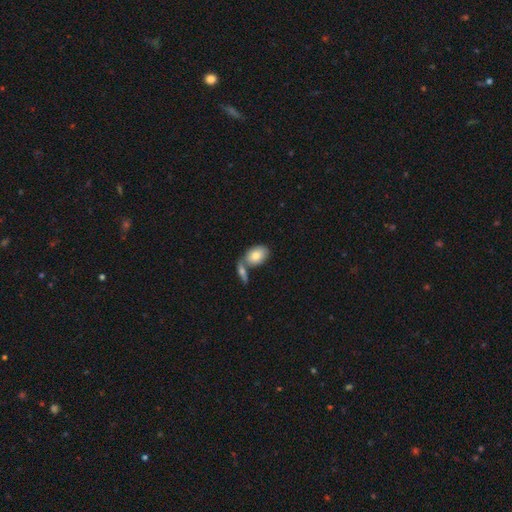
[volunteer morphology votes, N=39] This appears to be a smooth galaxy with no disk features (82%) that is in between round and cigar-shaped (94%). Merging: merger (57%).